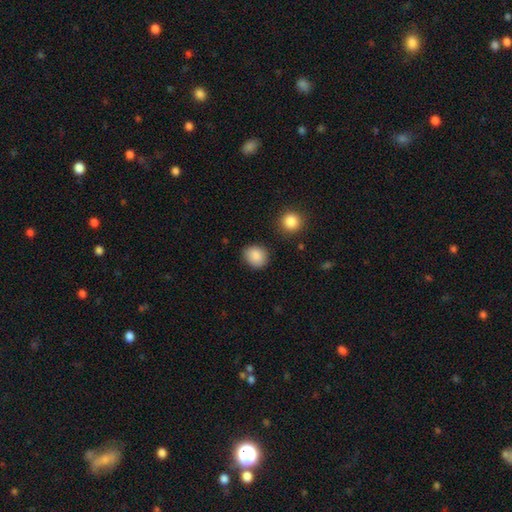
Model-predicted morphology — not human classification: A smooth galaxy with no disk features (88%) that is round (72%). Merging: none (81%).